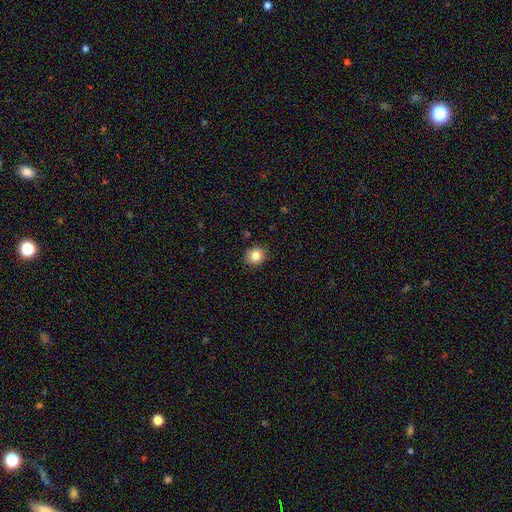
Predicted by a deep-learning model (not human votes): Q: Smooth or featured?
A: smooth (84%); runner-up: star or artifact (10%)
Q: How rounded?
A: round (77%); runner-up: in between (22%)
Q: Merging?
A: none (87%); runner-up: minor disturbance (10%)